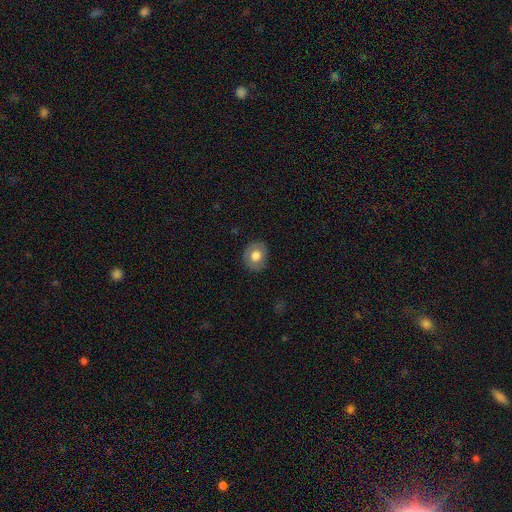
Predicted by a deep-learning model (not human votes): Smooth or featured? smooth (73%)
How rounded? round (64%)
Merging? none (85%)